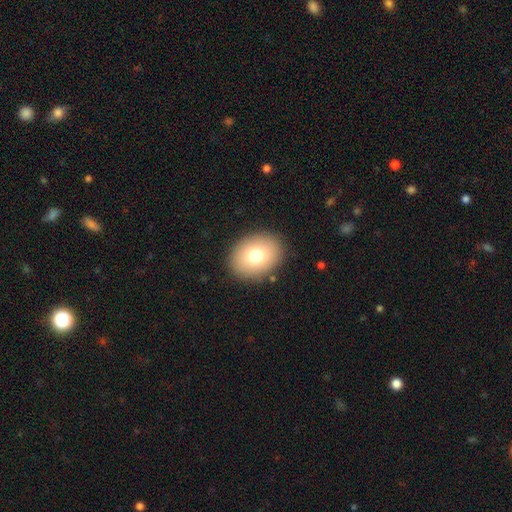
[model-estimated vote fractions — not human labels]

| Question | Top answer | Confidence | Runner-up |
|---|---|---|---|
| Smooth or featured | smooth | 77% | featured or disk (14%) |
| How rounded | in between | 63% | round (36%) |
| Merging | none | 88% | minor disturbance (8%) |